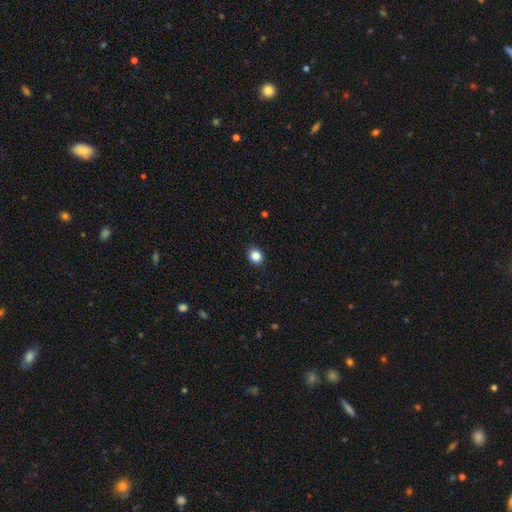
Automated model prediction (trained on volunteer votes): A smooth galaxy with no disk features (86%) that is round (64%).

Vote fractions:
- Smooth or featured? smooth: 86% / star or artifact: 10% / featured or disk: 4%
- How rounded? round: 64% / in between: 35% / cigar-shaped: 1%
- Merging? none: 90% / minor disturbance: 7% / major disturbance: 2% / merger: 1%